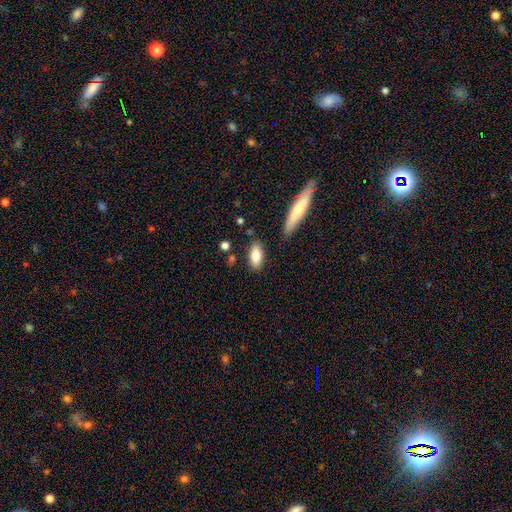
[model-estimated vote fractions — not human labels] Smooth or featured?
  - smooth: 77% *
  - featured or disk: 16%
  - star or artifact: 7%
How rounded?
  - in between: 81% *
  - cigar-shaped: 15%
  - round: 3%
Merging?
  - none: 83% *
  - minor disturbance: 11%
  - merger: 4%
  - major disturbance: 3%